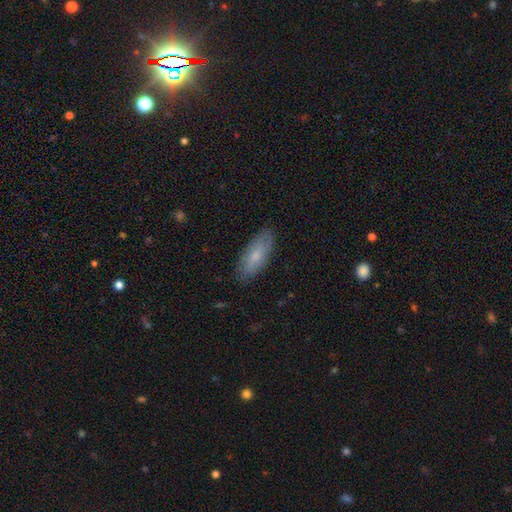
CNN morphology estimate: smooth-or-featured: smooth: 65% | featured or disk: 28% | star or artifact: 7%
  how-rounded: in between: 74% | cigar-shaped: 24% | round: 2%
  merging: none: 84% | minor disturbance: 13% | major disturbance: 2% | merger: 1%